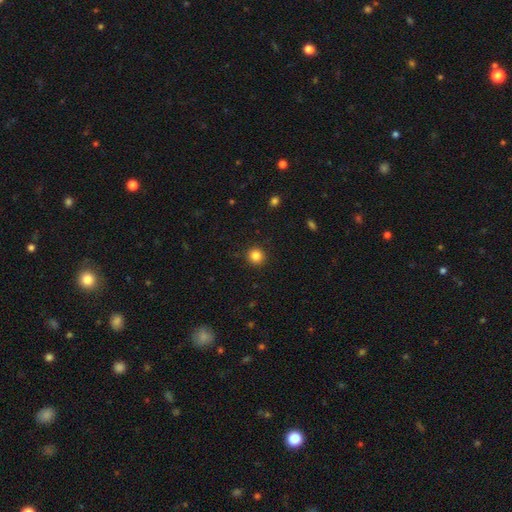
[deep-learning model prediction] This appears to be a smooth galaxy with no disk features (84%) that is round (95%). Merging: none (92%).